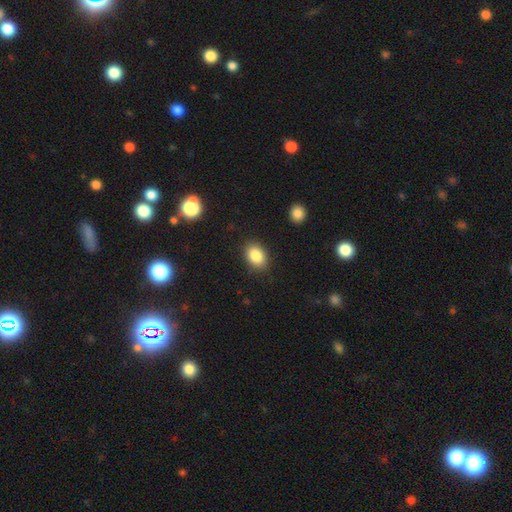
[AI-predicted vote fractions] Smooth or featured: smooth — 86% (star or artifact — 9%)
How rounded: in between — 78% (round — 21%)
Merging: none — 86% (minor disturbance — 10%)